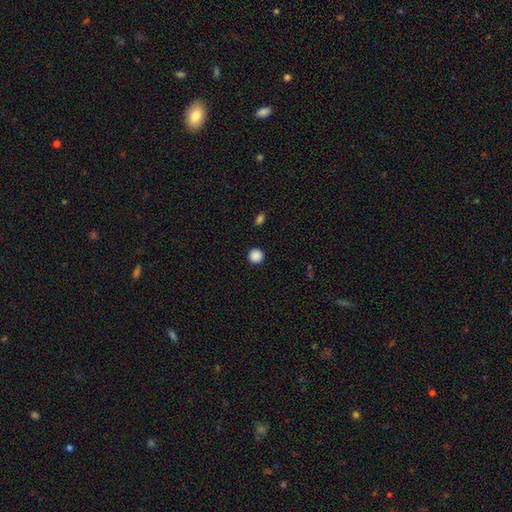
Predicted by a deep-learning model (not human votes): Smooth or featured? smooth (88%)
How rounded? round (96%)
Merging? none (93%)